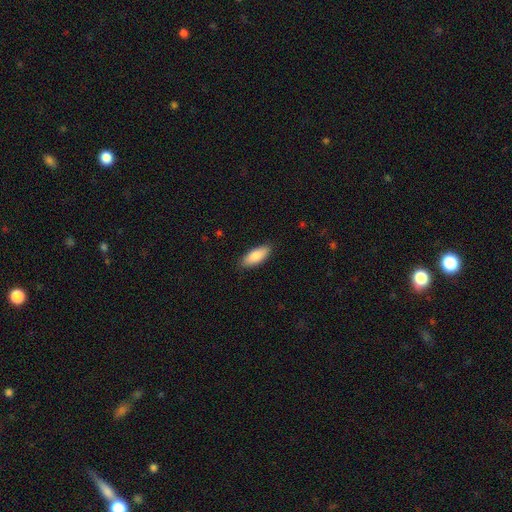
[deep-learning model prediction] A smooth galaxy with no disk features (86%) that is in between round and cigar-shaped (79%).

Vote fractions:
- Smooth or featured? smooth: 86% / featured or disk: 9% / star or artifact: 6%
- How rounded? in between: 79% / cigar-shaped: 19% / round: 2%
- Merging? none: 88% / minor disturbance: 9% / major disturbance: 2% / merger: 1%